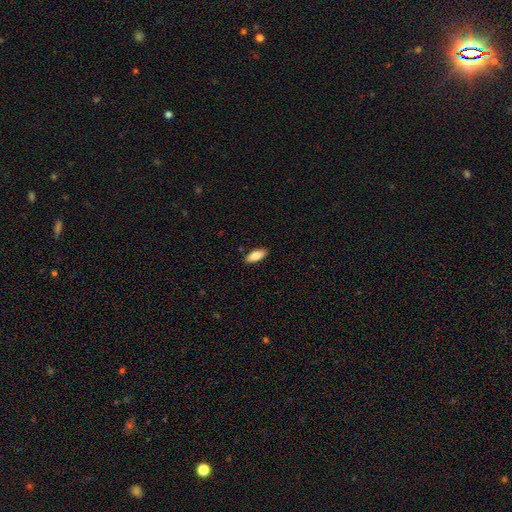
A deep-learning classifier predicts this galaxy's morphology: Smooth or featured: smooth — 79% (featured or disk — 14%)
How rounded: in between — 80% (cigar-shaped — 17%)
Merging: none — 89% (minor disturbance — 9%)